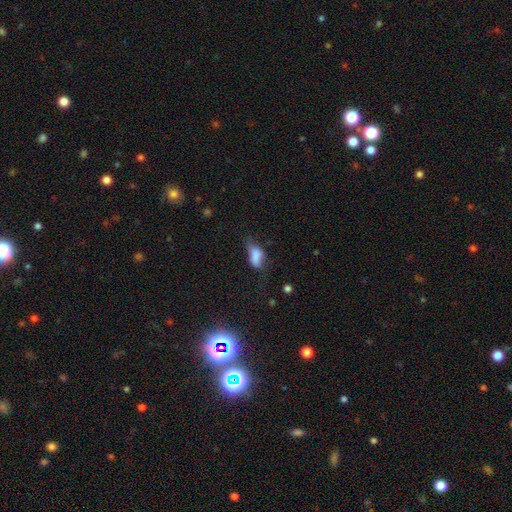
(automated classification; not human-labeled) Smooth or featured? Predicted: smooth (p=0.73). How rounded? Predicted: in between (p=0.86). Merging? Predicted: minor disturbance (p=0.35).